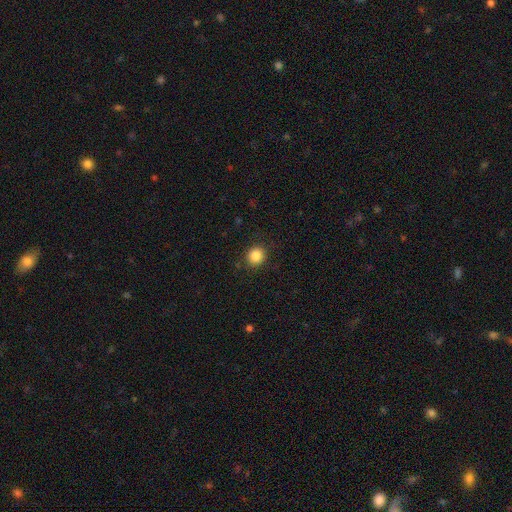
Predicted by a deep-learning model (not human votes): Smooth or featured? smooth (86%)
How rounded? round (89%)
Merging? none (89%)